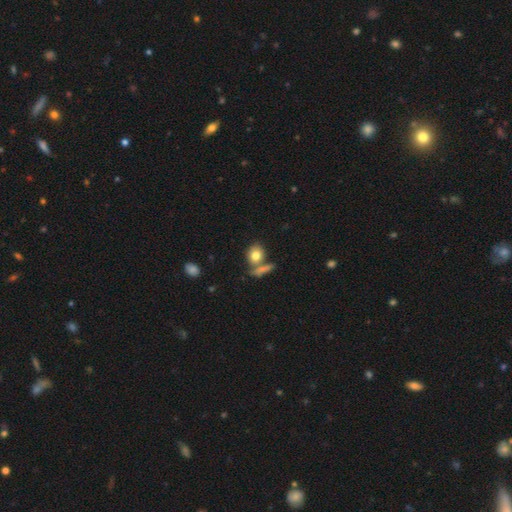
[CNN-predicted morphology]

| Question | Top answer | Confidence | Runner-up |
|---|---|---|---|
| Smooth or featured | smooth | 80% | featured or disk (12%) |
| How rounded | round | 55% | in between (41%) |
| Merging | none | 57% | merger (27%) |